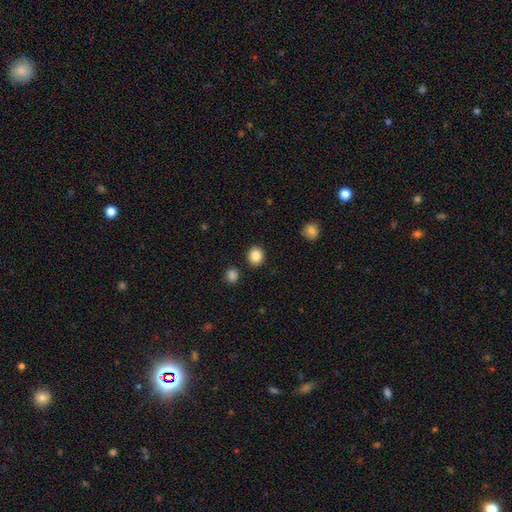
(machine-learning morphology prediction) This appears to be a smooth galaxy with no disk features (87%) that is round (83%). Merging: none (90%).